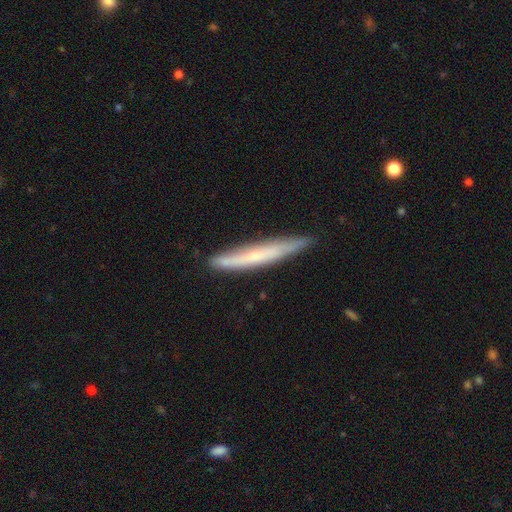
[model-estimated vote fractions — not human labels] Smooth or featured?
  - featured or disk: 48% *
  - smooth: 46%
  - star or artifact: 6%
Merging?
  - none: 81% *
  - minor disturbance: 15%
  - major disturbance: 2%
  - merger: 2%